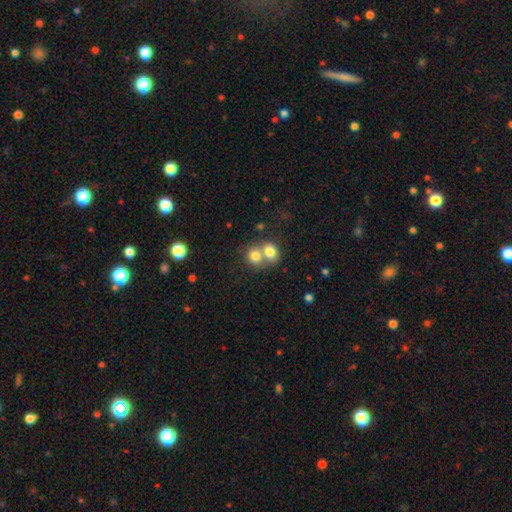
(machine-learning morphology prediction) smooth 77%, featured or disk 13%, star or artifact 10%. Down the decision tree: how rounded — round (65%); merging — merger (63%).